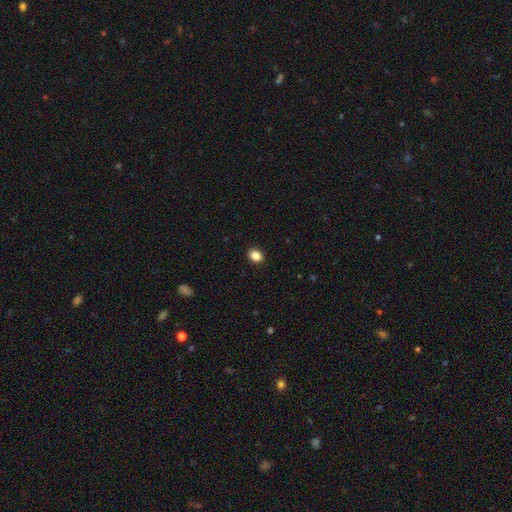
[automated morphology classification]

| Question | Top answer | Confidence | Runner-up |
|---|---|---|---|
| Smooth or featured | smooth | 86% | star or artifact (10%) |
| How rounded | round | 52% | in between (47%) |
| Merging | none | 91% | minor disturbance (6%) |